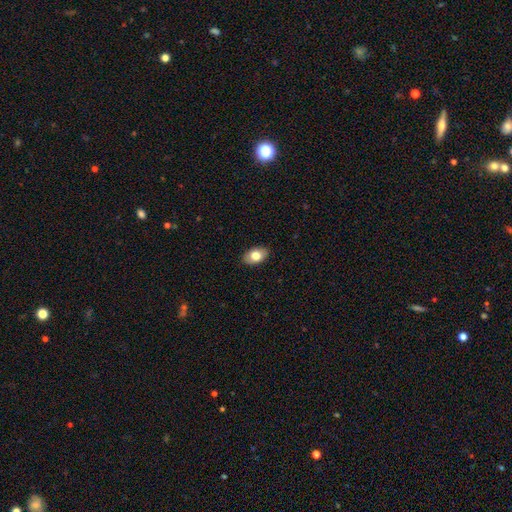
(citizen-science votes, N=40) Volunteers were most divided on "smooth or featured": smooth: 82%, featured or disk: 10%, star or artifact: 8%. More confident: how rounded — in between (88%); merging — none (86%).